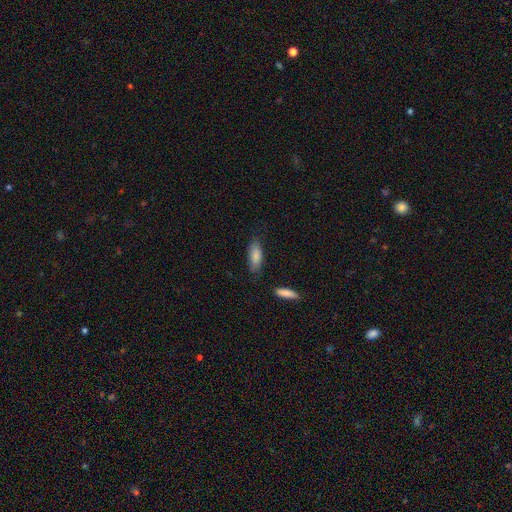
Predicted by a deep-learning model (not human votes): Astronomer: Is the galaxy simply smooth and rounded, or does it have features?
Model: smooth — 83%.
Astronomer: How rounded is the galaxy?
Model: in between — 74%.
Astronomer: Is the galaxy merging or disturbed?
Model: none — 73%.